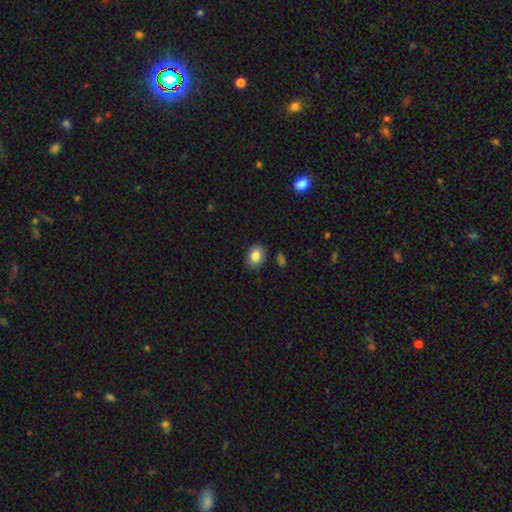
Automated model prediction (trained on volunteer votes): Smooth or featured? Predicted: smooth (p=0.83). How rounded? Predicted: in between (p=0.63). Merging? Predicted: none (p=0.85).